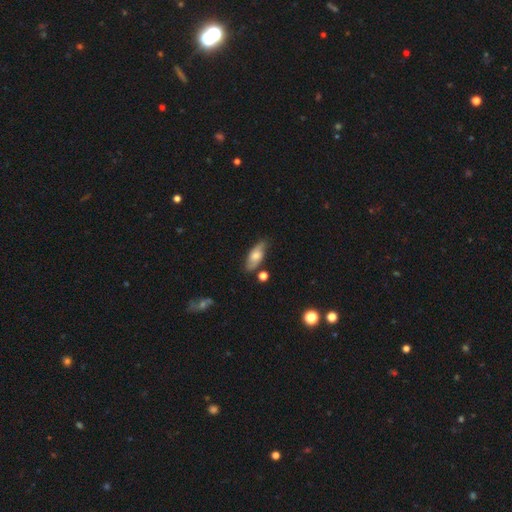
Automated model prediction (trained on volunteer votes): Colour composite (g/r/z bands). It shows a smooth galaxy with no disk features (55%) that is in between round and cigar-shaped (76%). Merging: none (75%).